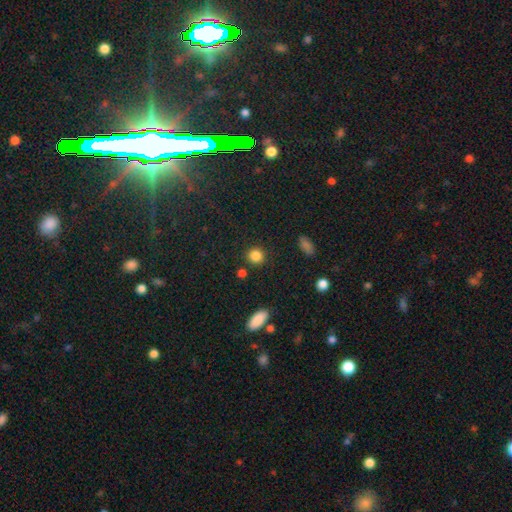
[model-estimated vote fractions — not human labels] smooth-or-featured: smooth: 85% | star or artifact: 10% | featured or disk: 4%
  how-rounded: round: 88% | in between: 11% | cigar-shaped: 1%
  merging: none: 87% | minor disturbance: 7% | merger: 3% | major disturbance: 3%